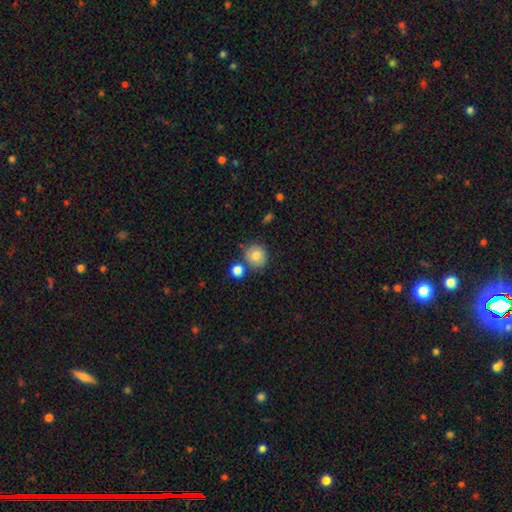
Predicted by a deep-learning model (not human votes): This is likely a smooth galaxy (79%). How rounded: clearly round (88%). Merging: likely none (73%).